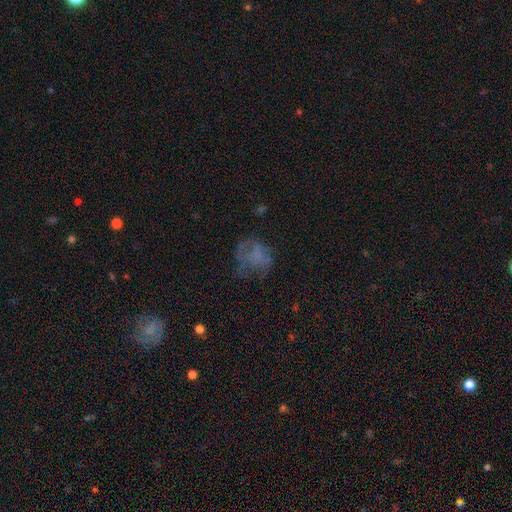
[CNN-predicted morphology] A smooth galaxy with no disk features (45%). Merging: none (48%).